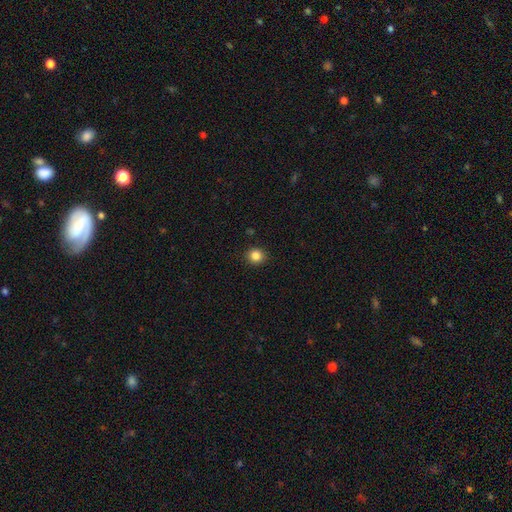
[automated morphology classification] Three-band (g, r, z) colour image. It shows a smooth galaxy with no disk features (85%) that is round (89%). Merging: none (91%).